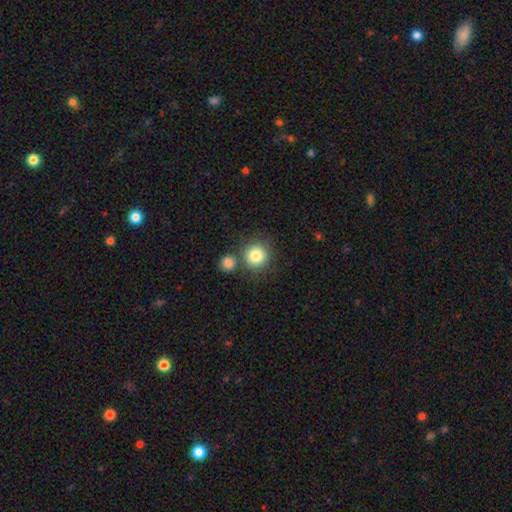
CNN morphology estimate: The model was most divided on "merging": none: 70%, merger: 18%, minor disturbance: 9%, major disturbance: 3%. More confident: how rounded — round (92%); smooth or featured — smooth (82%).